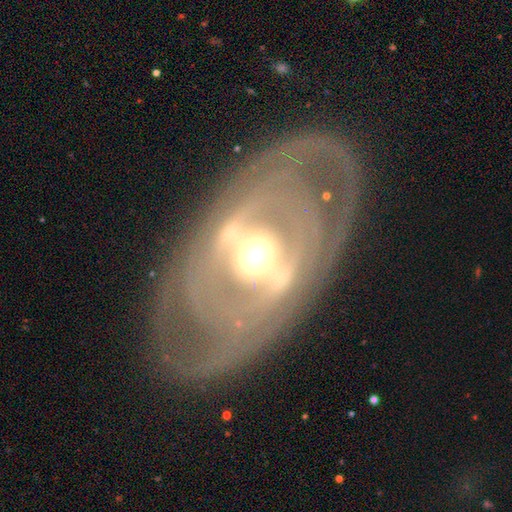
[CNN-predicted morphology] A featured or disk galaxy (84%) with a strong bar (44%), 2 (54%) tight (51%) spiral arms (73%) and a moderate central bulge (63%). Merging: none (68%).